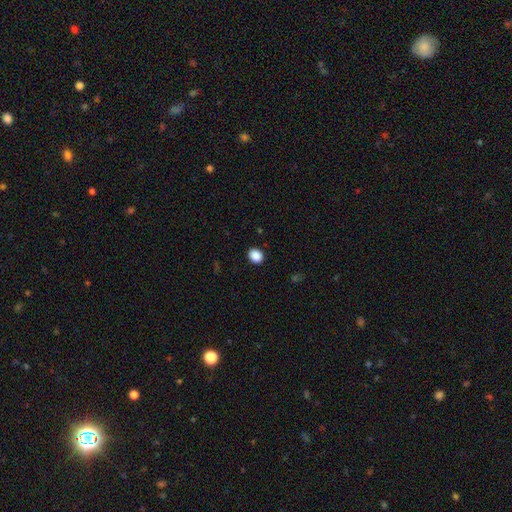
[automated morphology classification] Smooth or featured?
  - smooth: 89% *
  - star or artifact: 9%
  - featured or disk: 3%
How rounded?
  - round: 57% *
  - in between: 42%
  - cigar-shaped: 1%
Merging?
  - none: 91% *
  - minor disturbance: 6%
  - major disturbance: 2%
  - merger: 1%